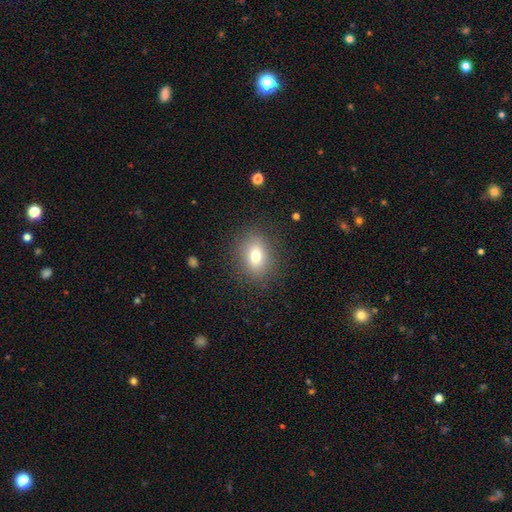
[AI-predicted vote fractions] smooth 73%, featured or disk 14%, star or artifact 13%. Down the decision tree: how rounded — in between (51%); merging — none (86%).